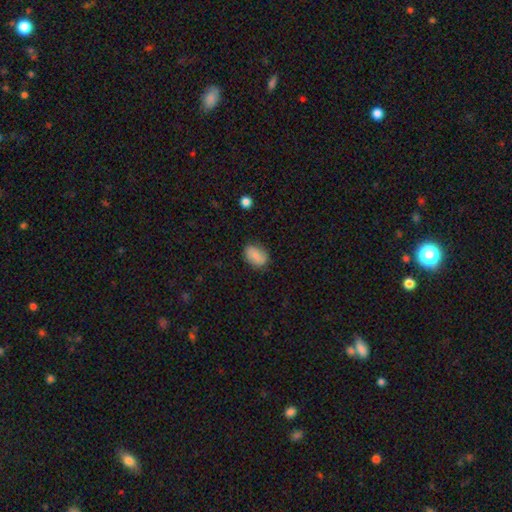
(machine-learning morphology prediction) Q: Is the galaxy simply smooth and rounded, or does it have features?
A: smooth — 80%.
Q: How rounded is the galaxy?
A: in between — 81%.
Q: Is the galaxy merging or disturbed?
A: none — 76%.